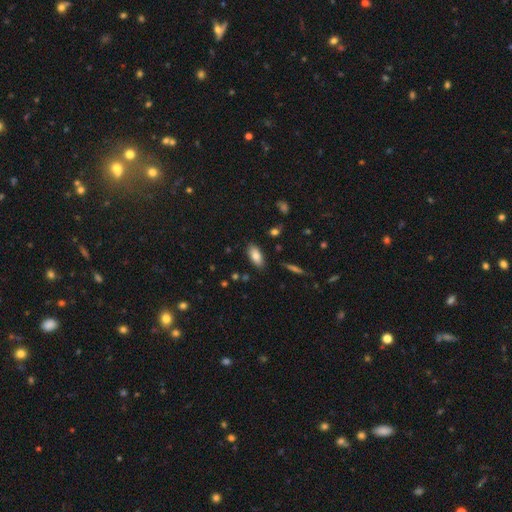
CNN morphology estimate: Smooth or featured?
  - smooth: 80% *
  - featured or disk: 12%
  - star or artifact: 8%
How rounded?
  - in between: 91% *
  - cigar-shaped: 7%
  - round: 3%
Merging?
  - none: 85% *
  - minor disturbance: 11%
  - major disturbance: 2%
  - merger: 2%